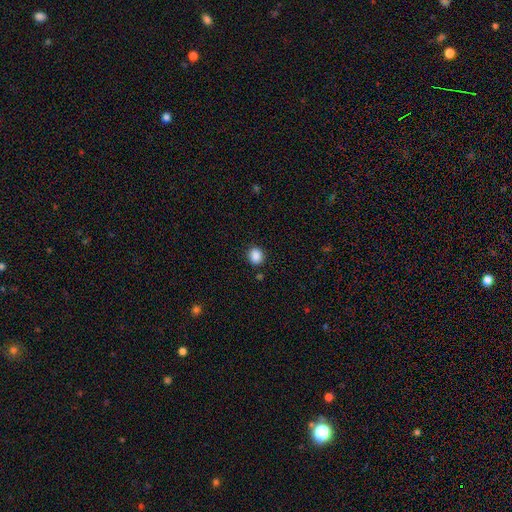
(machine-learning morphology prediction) type=smooth (88%); roundness=round (74%); merging=none (88%).